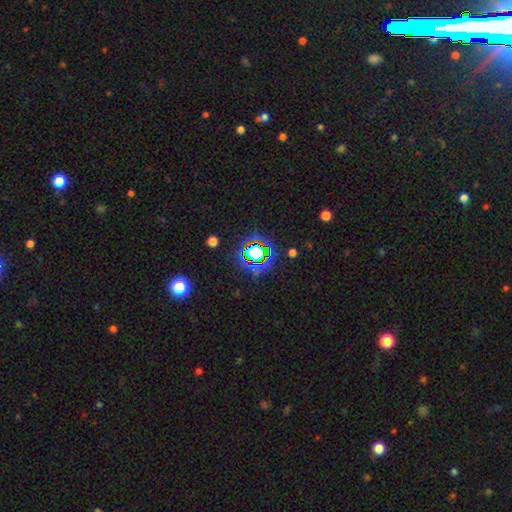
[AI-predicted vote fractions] The model was most divided on "smooth or featured": star or artifact: 68%, smooth: 21%, featured or disk: 11%.